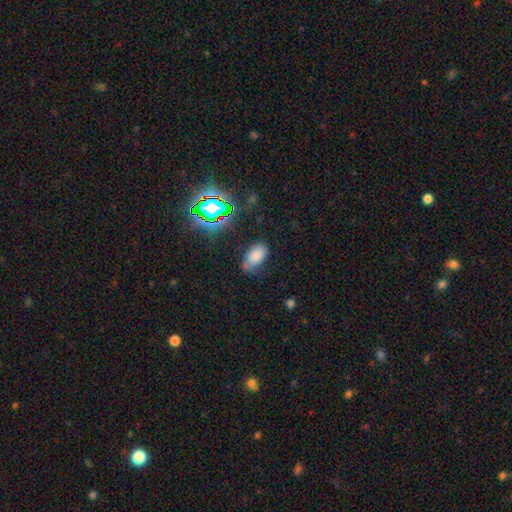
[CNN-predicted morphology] A smooth galaxy with no disk features (74%) that is in between round and cigar-shaped (93%).

Vote fractions:
- Smooth or featured? smooth: 74% / star or artifact: 16% / featured or disk: 11%
- How rounded? in between: 93% / round: 5% / cigar-shaped: 2%
- Merging? none: 58% / minor disturbance: 30% / major disturbance: 9% / merger: 3%